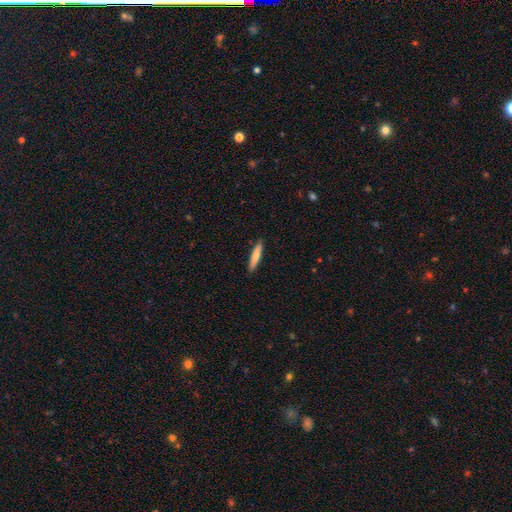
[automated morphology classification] smooth_or_featured: smooth (p=0.75) [alt: featured or disk p=0.19]
how_rounded: cigar-shaped (p=0.88) [alt: in between p=0.10]
merging: none (p=0.90) [alt: minor disturbance p=0.07]